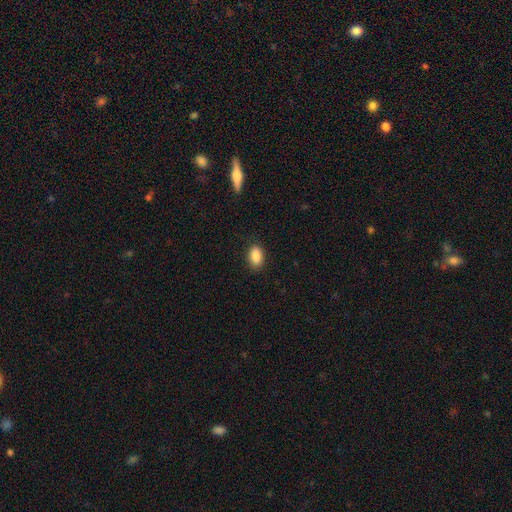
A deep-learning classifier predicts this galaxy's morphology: Q: Smooth or featured?
A: smooth (89%); runner-up: star or artifact (8%)
Q: How rounded?
A: in between (91%); runner-up: round (7%)
Q: Merging?
A: none (87%); runner-up: minor disturbance (10%)